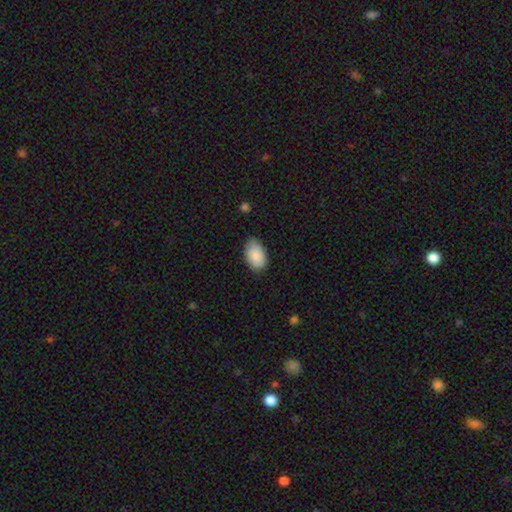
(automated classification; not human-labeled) Smooth or featured?
  - smooth: 88% *
  - star or artifact: 6%
  - featured or disk: 6%
How rounded?
  - in between: 92% *
  - round: 7%
  - cigar-shaped: 1%
Merging?
  - none: 79% *
  - minor disturbance: 17%
  - major disturbance: 3%
  - merger: 1%